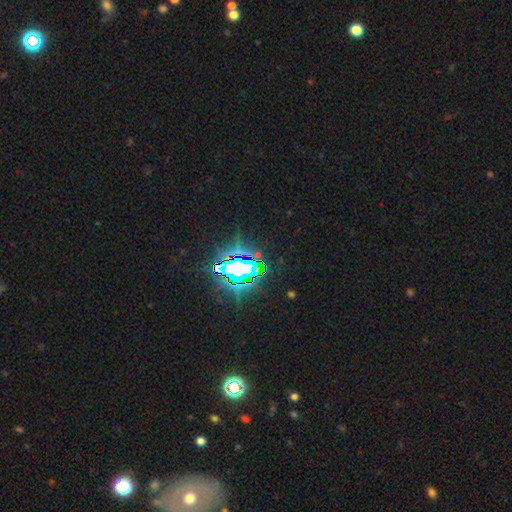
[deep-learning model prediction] The model was most divided on "smooth or featured": star or artifact: 77%, featured or disk: 12%, smooth: 11%.